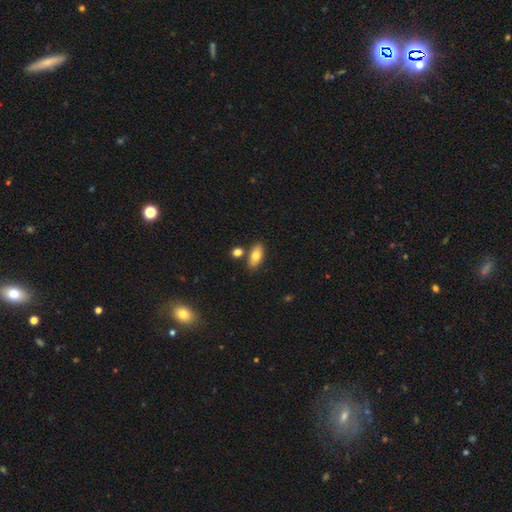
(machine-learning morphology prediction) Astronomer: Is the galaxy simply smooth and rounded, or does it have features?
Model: smooth — 77%.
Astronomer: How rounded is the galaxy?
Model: in between — 86%.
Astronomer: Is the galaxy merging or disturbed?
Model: none — 78%.